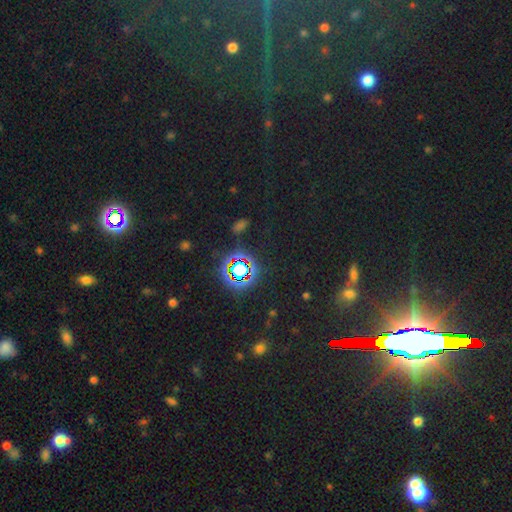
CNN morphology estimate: Q: Smooth or featured?
A: star or artifact (78%); runner-up: smooth (13%)